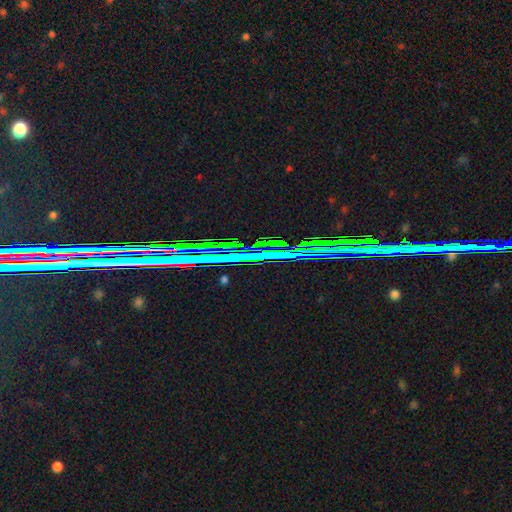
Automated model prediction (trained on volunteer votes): The model was most divided on "smooth or featured": star or artifact: 85%, featured or disk: 9%, smooth: 7%.